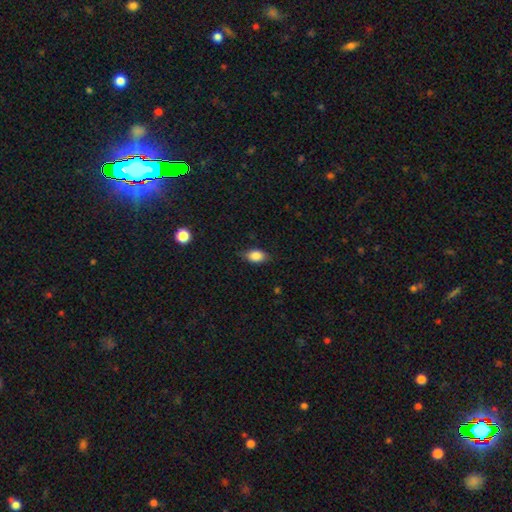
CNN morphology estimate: smooth-or-featured: smooth: 85% | star or artifact: 8% | featured or disk: 7%
  how-rounded: in between: 85% | round: 12% | cigar-shaped: 3%
  merging: none: 77% | minor disturbance: 18% | major disturbance: 4% | merger: 1%